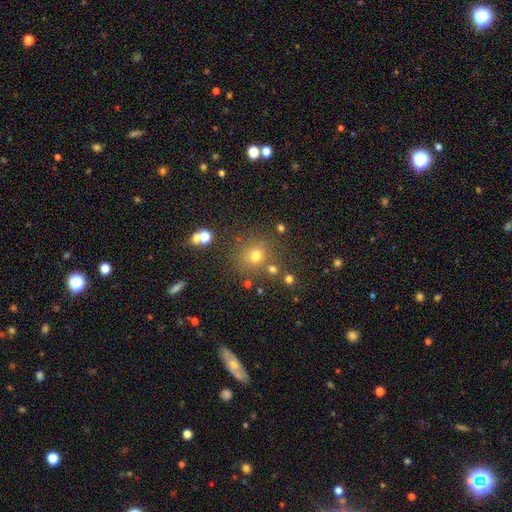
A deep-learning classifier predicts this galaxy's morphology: Smooth or featured?
  - smooth: 70% *
  - star or artifact: 21%
  - featured or disk: 9%
How rounded?
  - round: 88% *
  - in between: 11%
  - cigar-shaped: 1%
Merging?
  - none: 76% *
  - minor disturbance: 10%
  - merger: 9%
  - major disturbance: 5%